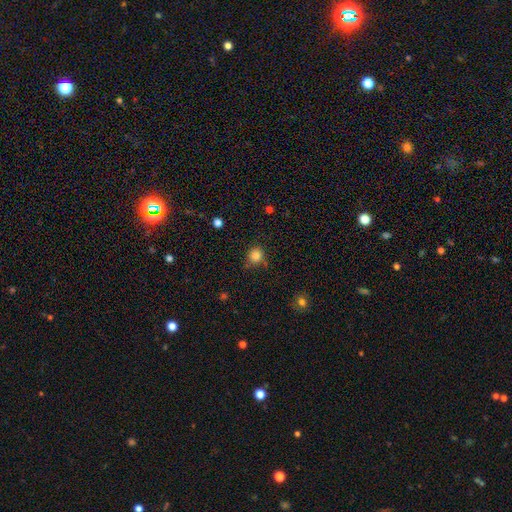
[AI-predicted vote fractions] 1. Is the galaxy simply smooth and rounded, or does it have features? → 84% smooth, 12% star or artifact, 4% featured or disk.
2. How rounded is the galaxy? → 89% round, 11% in between, 1% cigar-shaped.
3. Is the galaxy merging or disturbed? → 78% none, 15% minor disturbance, 4% merger, 3% major disturbance.